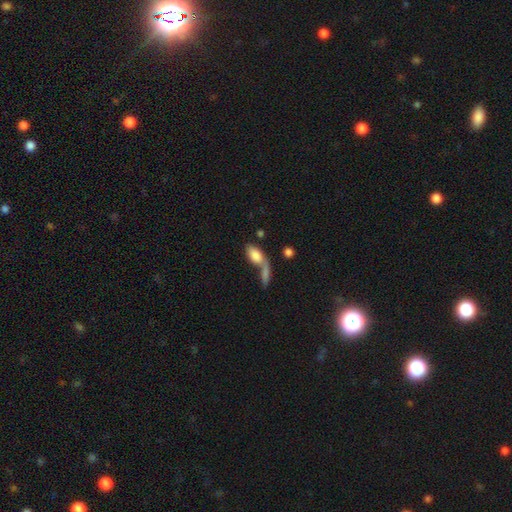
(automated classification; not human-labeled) Smooth or featured?
  - smooth: 78% *
  - featured or disk: 15%
  - star or artifact: 7%
How rounded?
  - in between: 88% *
  - cigar-shaped: 8%
  - round: 5%
Merging?
  - merger: 51% *
  - none: 30%
  - minor disturbance: 10%
  - major disturbance: 9%